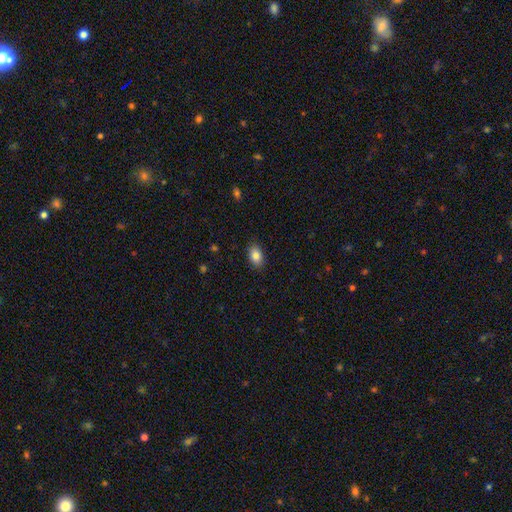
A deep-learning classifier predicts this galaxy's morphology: Q: Smooth or featured?
A: smooth (86%); runner-up: star or artifact (8%)
Q: How rounded?
A: in between (88%); runner-up: round (10%)
Q: Merging?
A: none (88%); runner-up: minor disturbance (9%)